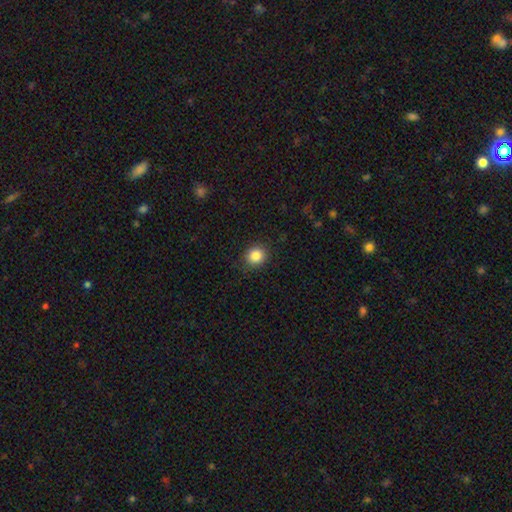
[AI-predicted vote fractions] smooth_or_featured: smooth (p=0.85) [alt: star or artifact p=0.10]
how_rounded: round (p=0.80) [alt: in between p=0.19]
merging: none (p=0.89) [alt: minor disturbance p=0.08]